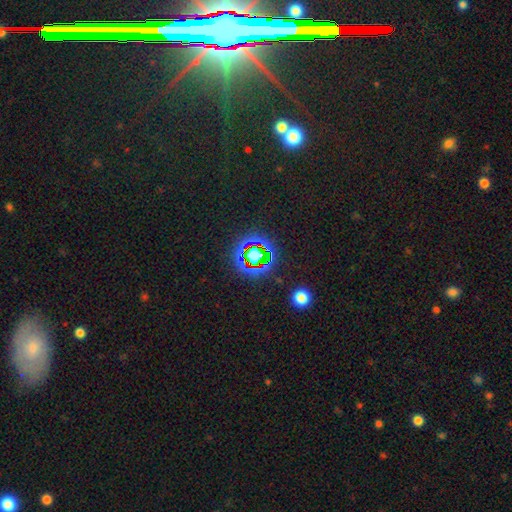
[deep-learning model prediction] smooth-or-featured: star or artifact: 75% | smooth: 15% | featured or disk: 10%